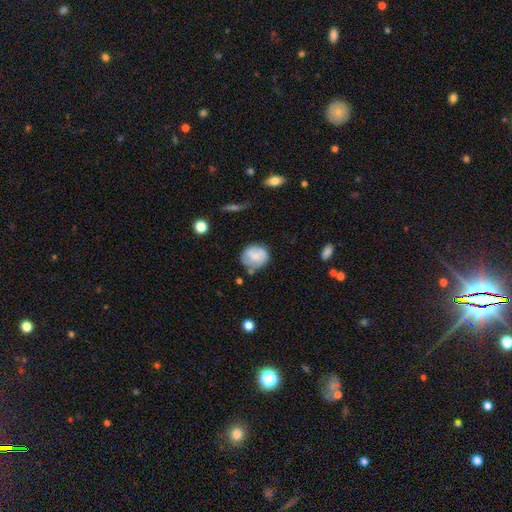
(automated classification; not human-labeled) Q: Smooth or featured?
A: smooth (60%); runner-up: featured or disk (32%)
Q: How rounded?
A: round (72%); runner-up: in between (27%)
Q: Merging?
A: none (58%); runner-up: minor disturbance (26%)